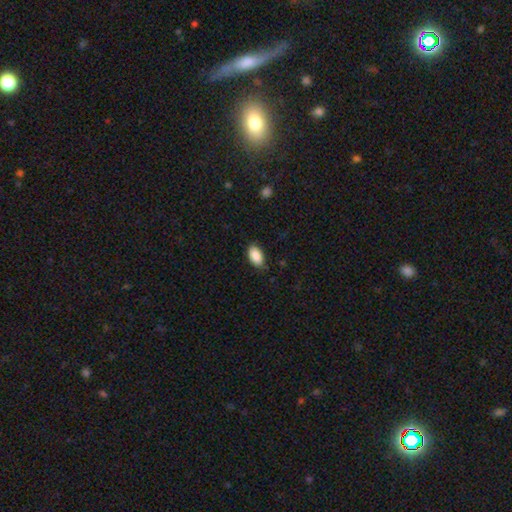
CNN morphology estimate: This appears to be a smooth galaxy with no disk features (88%) that is in between round and cigar-shaped (94%). Merging: none (82%).